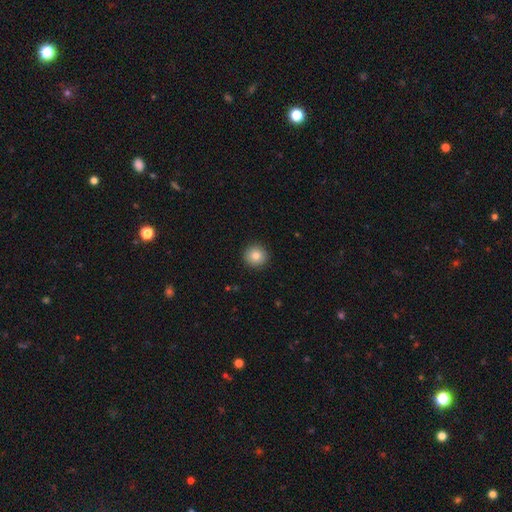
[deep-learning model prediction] This is clearly a smooth galaxy (82%). How rounded: clearly round (95%). Merging: clearly none (93%).